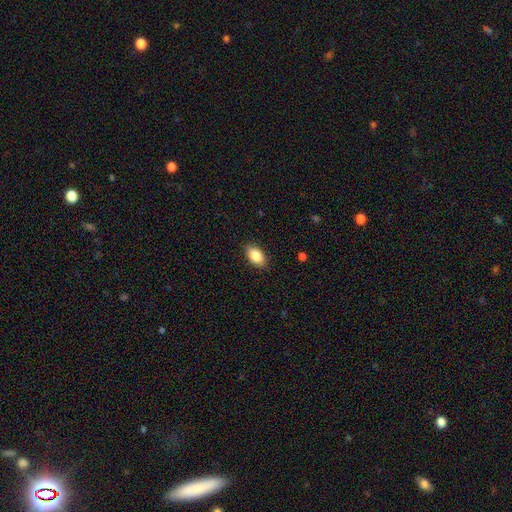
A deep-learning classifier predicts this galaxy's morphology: Smooth or featured: smooth — 87% (star or artifact — 7%)
How rounded: in between — 91% (round — 8%)
Merging: none — 88% (minor disturbance — 9%)